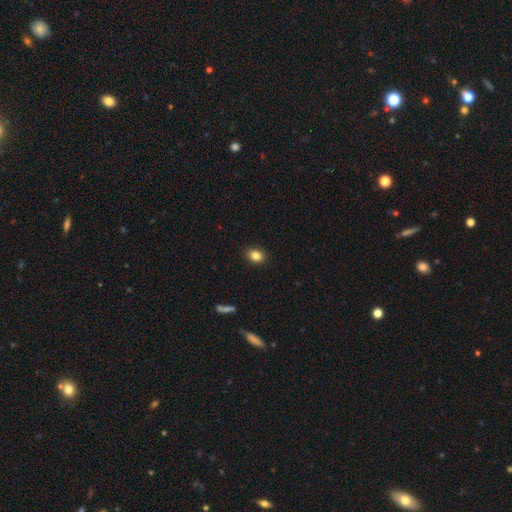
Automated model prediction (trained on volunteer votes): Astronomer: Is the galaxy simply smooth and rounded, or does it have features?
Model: smooth — 85%.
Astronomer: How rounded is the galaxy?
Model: in between — 54% (runner-up: round, 45%).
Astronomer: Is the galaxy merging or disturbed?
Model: none — 90%.